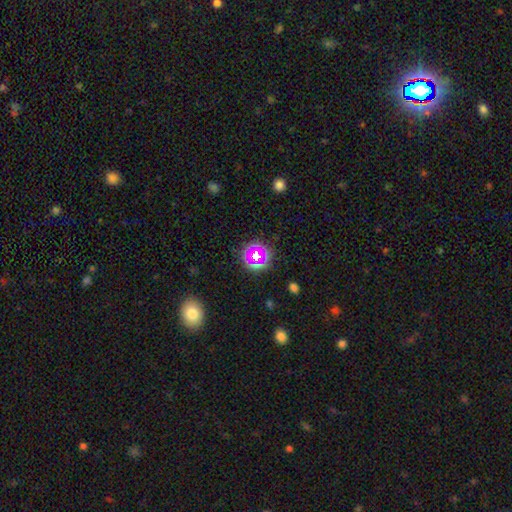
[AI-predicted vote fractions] A star or artifact, not a galaxy (47%).